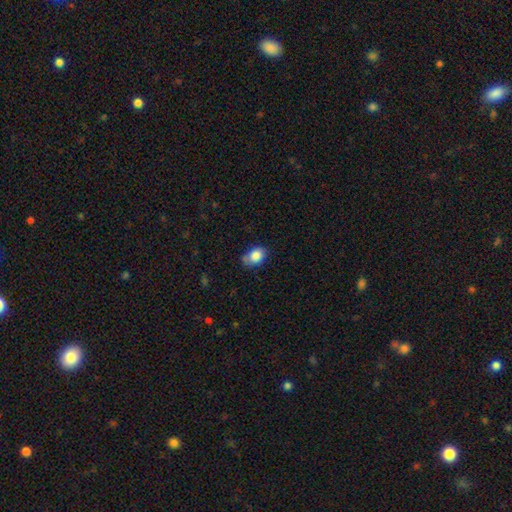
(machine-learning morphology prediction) Smooth or featured: smooth — 85% (star or artifact — 8%)
How rounded: in between — 78% (round — 21%)
Merging: none — 62% (minor disturbance — 30%)